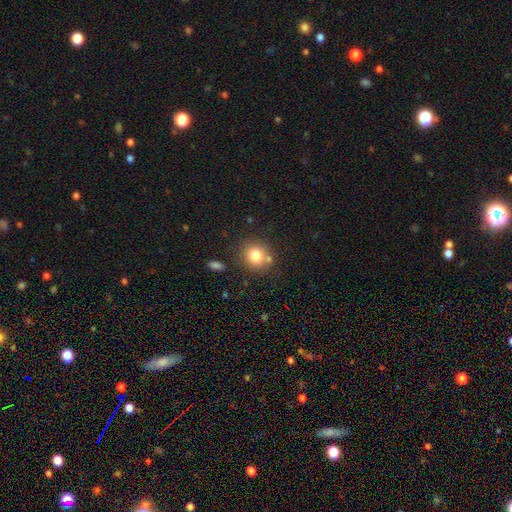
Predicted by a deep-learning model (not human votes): Smooth or featured?
  - smooth: 79% *
  - star or artifact: 11%
  - featured or disk: 10%
How rounded?
  - round: 86% *
  - in between: 13%
  - cigar-shaped: 1%
Merging?
  - none: 75% *
  - minor disturbance: 11%
  - merger: 11%
  - major disturbance: 3%